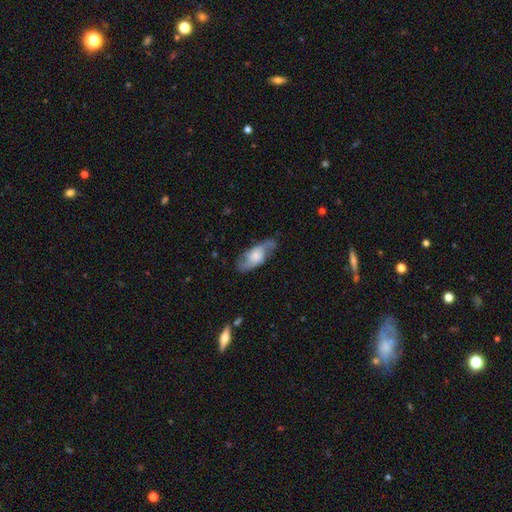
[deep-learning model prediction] This is possibly a featured or disk galaxy (57%). It is clearly not viewed edge-on (87%). Merging: likely none (70%).